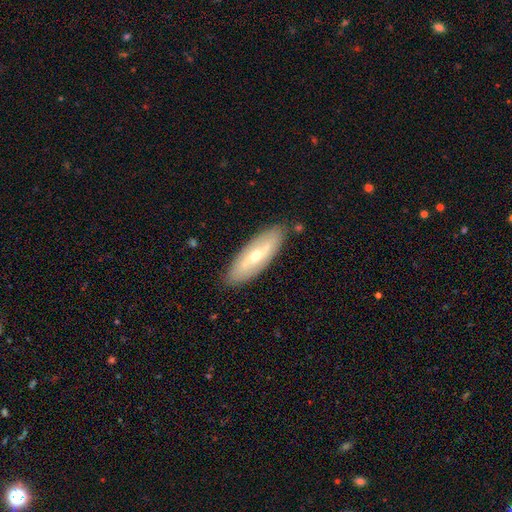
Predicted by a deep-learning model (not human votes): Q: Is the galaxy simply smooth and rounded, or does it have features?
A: featured or disk — 54%.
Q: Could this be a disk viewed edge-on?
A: no — 68%.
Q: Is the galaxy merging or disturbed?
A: none — 86%.